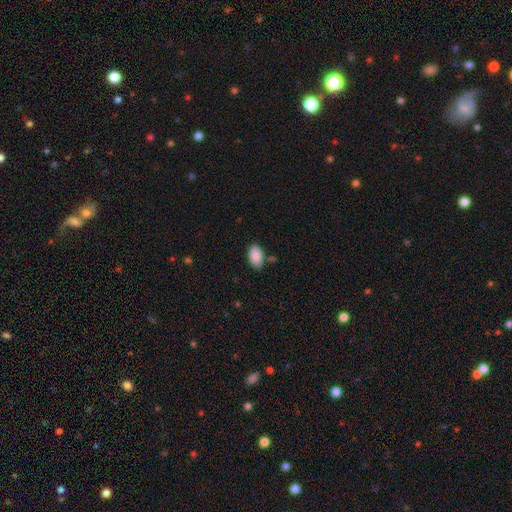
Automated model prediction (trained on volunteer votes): Smooth or featured? Predicted: smooth (p=0.89). How rounded? Predicted: in between (p=0.94). Merging? Predicted: none (p=0.78).